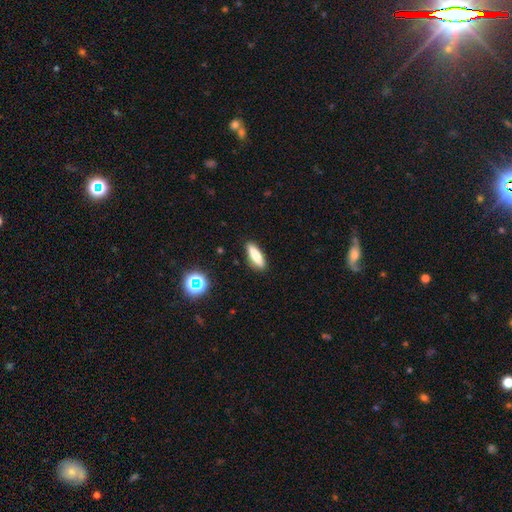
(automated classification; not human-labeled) A smooth galaxy with no disk features (78%) that is cigar-shaped (57%). Merging: none (88%).